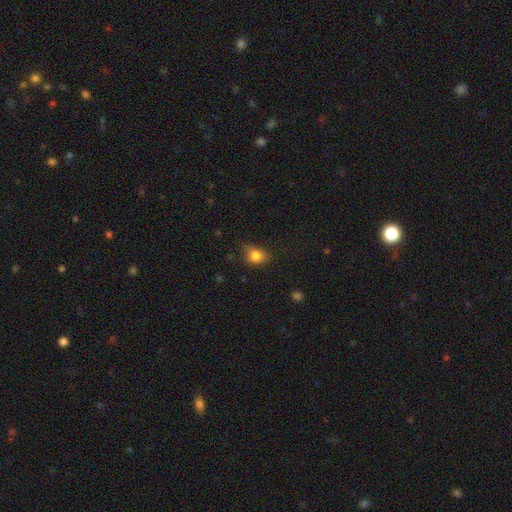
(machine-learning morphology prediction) Smooth or featured? Predicted: smooth (p=0.83). How rounded? Predicted: round (p=0.54). Merging? Predicted: none (p=0.66).